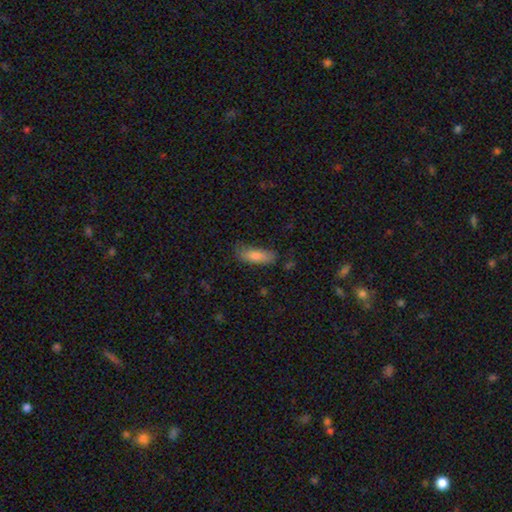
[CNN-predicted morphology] This is likely a smooth galaxy (78%). How rounded: possibly in between (56%). Merging: likely none (73%).